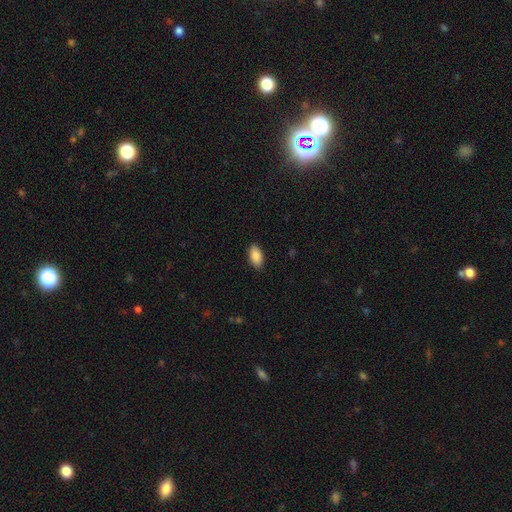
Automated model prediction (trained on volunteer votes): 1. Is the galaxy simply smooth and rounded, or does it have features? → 89% smooth, 6% star or artifact, 5% featured or disk.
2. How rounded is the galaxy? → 94% in between, 3% cigar-shaped, 2% round.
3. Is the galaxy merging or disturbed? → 87% none, 10% minor disturbance, 2% major disturbance, 1% merger.